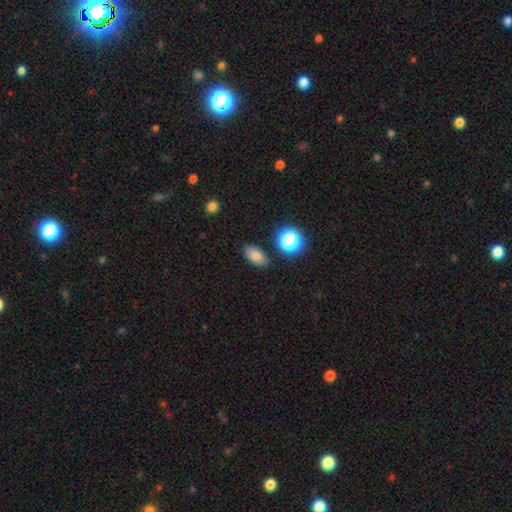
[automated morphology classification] type=smooth (80%); roundness=in between (87%); merging=none (85%).